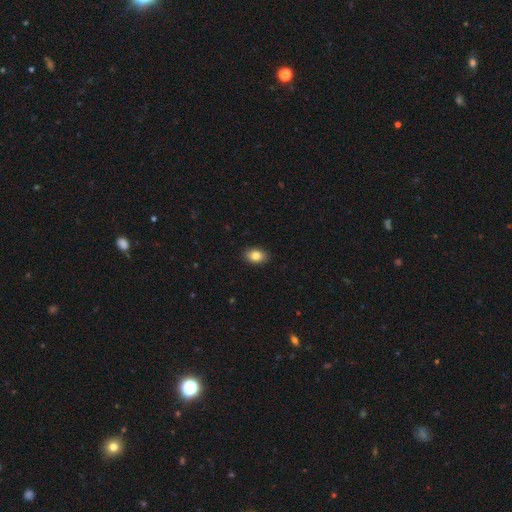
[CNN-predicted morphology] smooth 83%, star or artifact 9%, featured or disk 9%. Down the decision tree: how rounded — in between (81%); merging — none (89%).